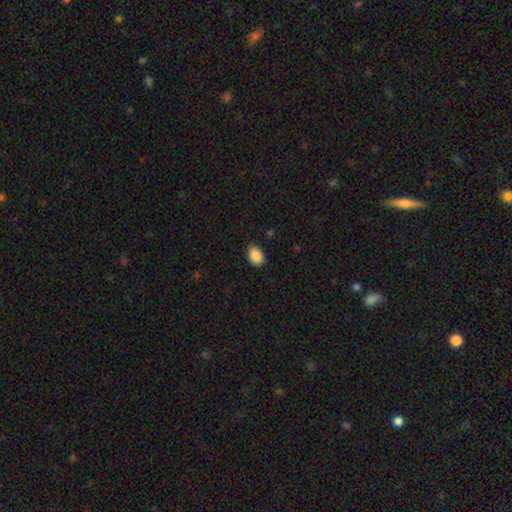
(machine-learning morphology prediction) Smooth or featured?
  - smooth: 89% *
  - star or artifact: 8%
  - featured or disk: 3%
How rounded?
  - in between: 78% *
  - round: 21%
  - cigar-shaped: 1%
Merging?
  - none: 83% *
  - minor disturbance: 14%
  - major disturbance: 2%
  - merger: 1%